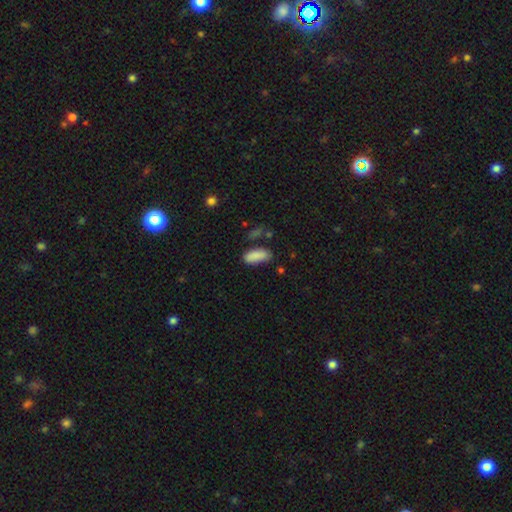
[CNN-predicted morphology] Smooth or featured? smooth (87%)
How rounded? in between (80%)
Merging? none (69%)